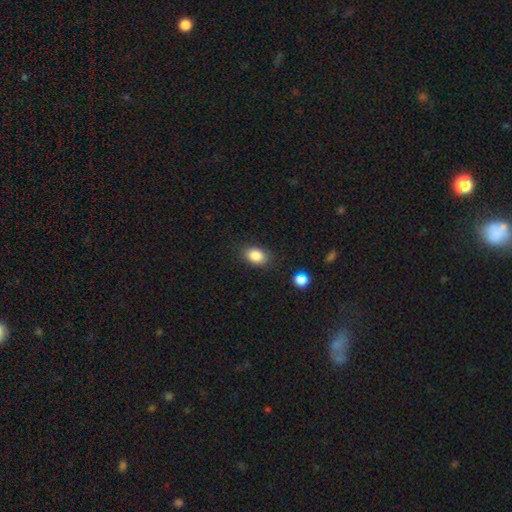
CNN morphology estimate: Smooth or featured?
  - smooth: 85% *
  - star or artifact: 9%
  - featured or disk: 6%
How rounded?
  - in between: 80% *
  - round: 19%
  - cigar-shaped: 1%
Merging?
  - none: 84% *
  - minor disturbance: 11%
  - major disturbance: 3%
  - merger: 2%